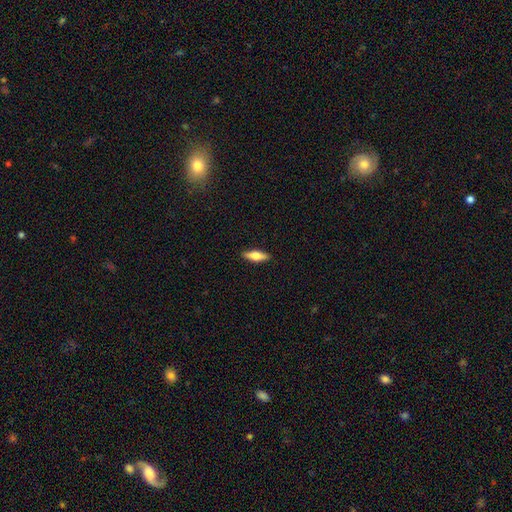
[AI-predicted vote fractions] smooth-or-featured: smooth: 54% | featured or disk: 40% | star or artifact: 6%
  how-rounded: cigar-shaped: 52% | in between: 45% | round: 3%
  merging: none: 90% | minor disturbance: 7% | major disturbance: 2% | merger: 1%